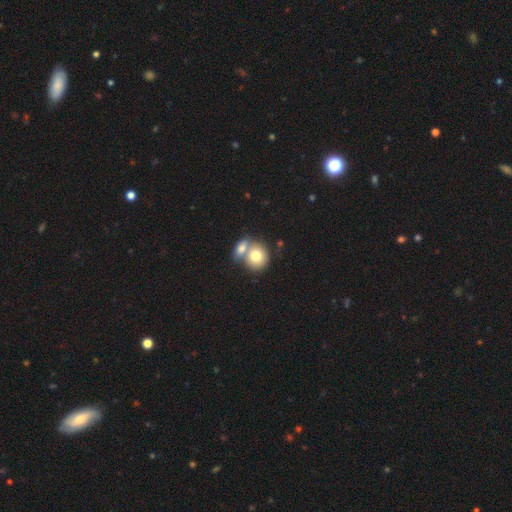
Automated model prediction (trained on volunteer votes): A smooth galaxy with no disk features (76%) that is round (74%). Merging: merger (56%).